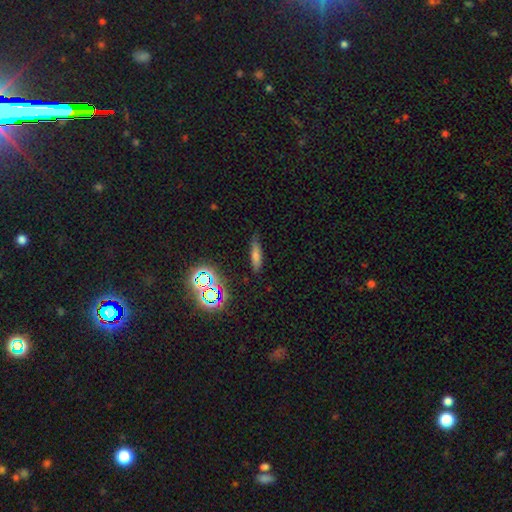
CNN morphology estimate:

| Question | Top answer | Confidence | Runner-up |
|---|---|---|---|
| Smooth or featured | smooth | 67% | star or artifact (18%) |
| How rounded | cigar-shaped | 66% | in between (30%) |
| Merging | none | 78% | minor disturbance (16%) |